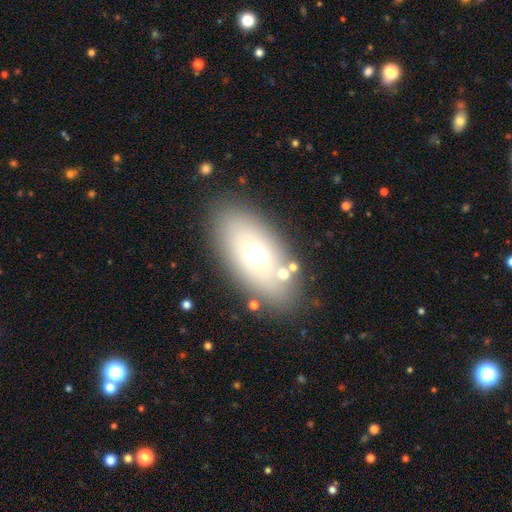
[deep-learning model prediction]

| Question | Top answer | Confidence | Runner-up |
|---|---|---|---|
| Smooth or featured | smooth | 61% | featured or disk (26%) |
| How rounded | in between | 84% | round (10%) |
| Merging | none | 80% | minor disturbance (10%) |